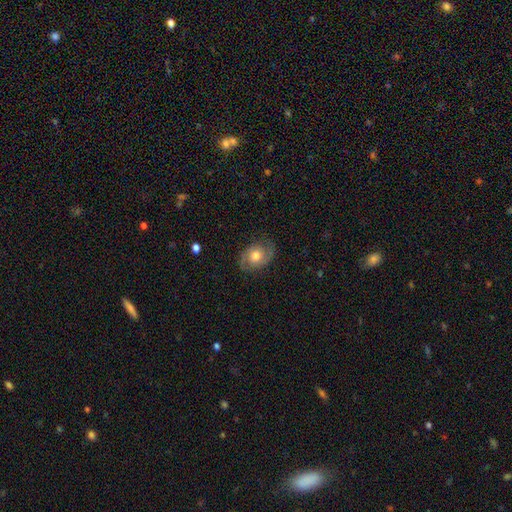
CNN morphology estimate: smooth_or_featured: featured or disk (p=0.52) [alt: smooth p=0.40]
disk_edge_on: no (p=0.95) [alt: yes p=0.05]
merging: none (p=0.75) [alt: minor disturbance p=0.17]